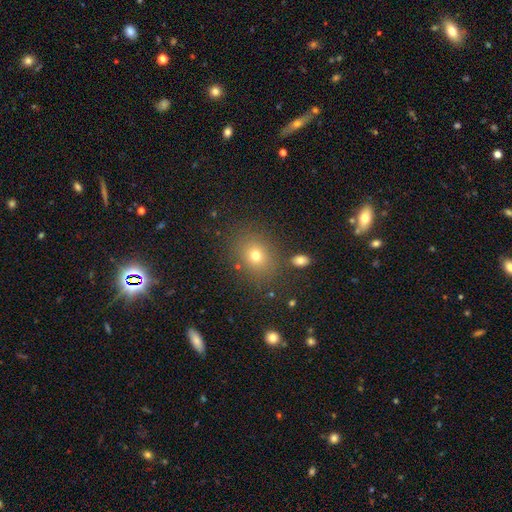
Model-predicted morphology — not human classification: This is likely a smooth galaxy (73%). How rounded: possibly round (54%). Merging: clearly none (82%).